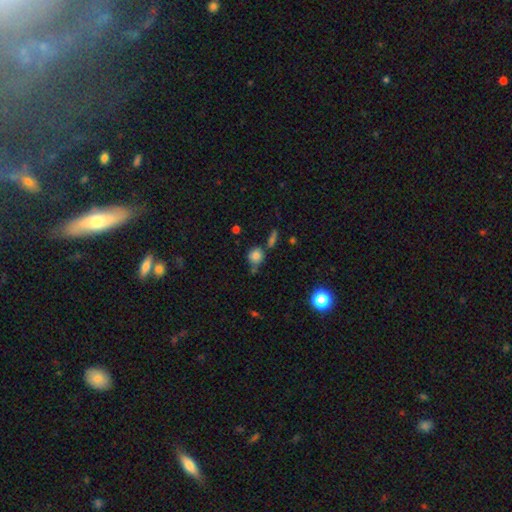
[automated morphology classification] Smooth or featured? smooth (80%)
How rounded? round (83%)
Merging? none (56%)